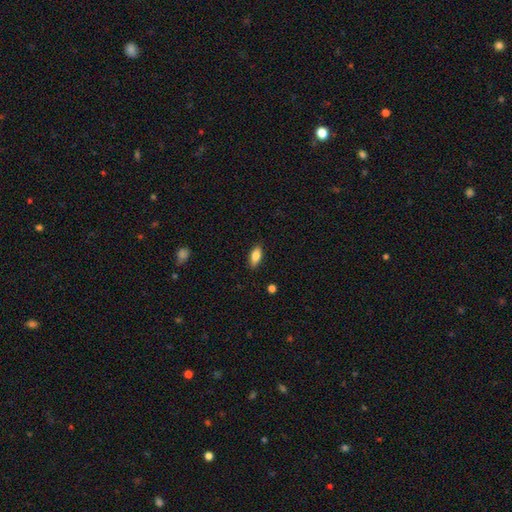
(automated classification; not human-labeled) The model was most divided on "smooth or featured": smooth: 81%, featured or disk: 11%, star or artifact: 7%. More confident: merging — none (87%); how rounded — in between (85%).